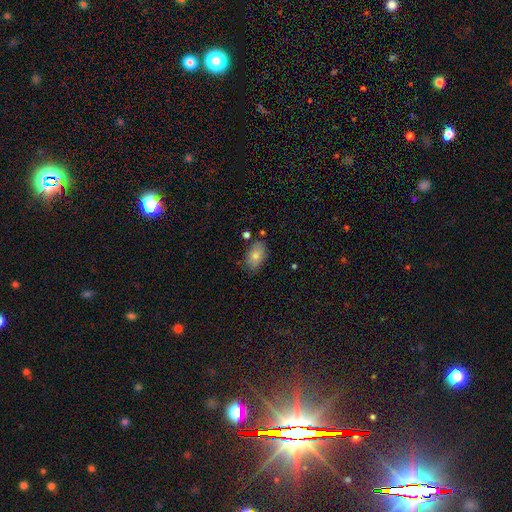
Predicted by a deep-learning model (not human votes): smooth-or-featured: smooth: 77% | featured or disk: 15% | star or artifact: 8%
  how-rounded: in between: 91% | round: 7% | cigar-shaped: 2%
  merging: none: 74% | minor disturbance: 18% | major disturbance: 4% | merger: 4%